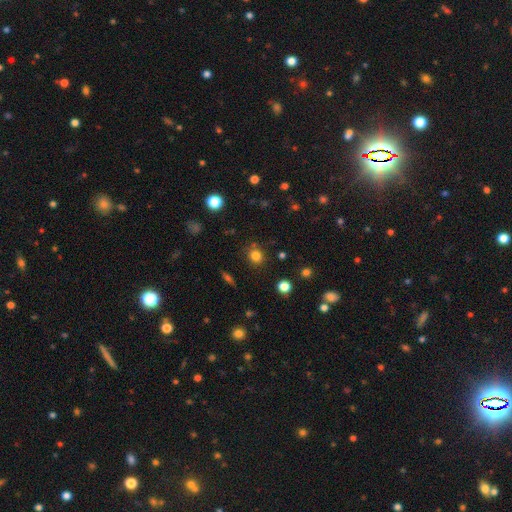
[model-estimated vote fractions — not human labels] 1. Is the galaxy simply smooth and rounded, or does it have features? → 80% smooth, 14% star or artifact, 5% featured or disk.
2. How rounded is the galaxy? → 81% round, 18% in between, 1% cigar-shaped.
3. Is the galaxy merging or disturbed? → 82% none, 12% minor disturbance, 3% merger, 3% major disturbance.